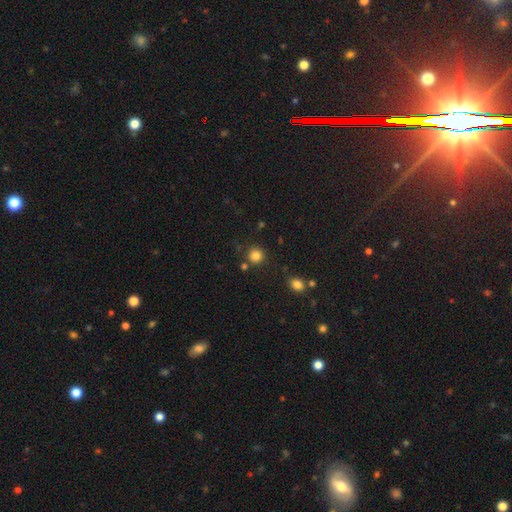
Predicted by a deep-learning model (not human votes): Morphology: type=smooth (82%); roundness=round (92%); merging=none (82%).